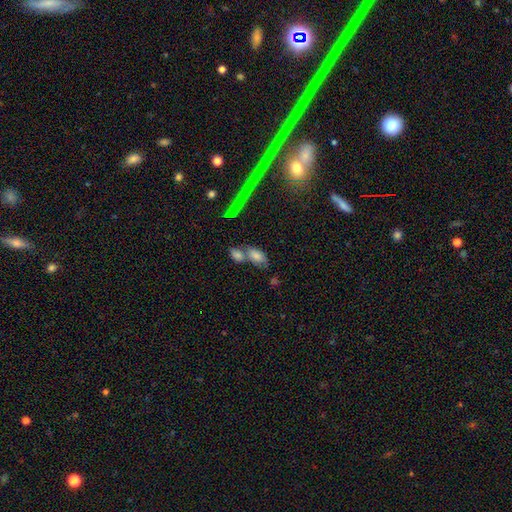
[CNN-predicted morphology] This appears to be a smooth galaxy with no disk features (74%) that is in between round and cigar-shaped (90%). Merging: merger (45%).